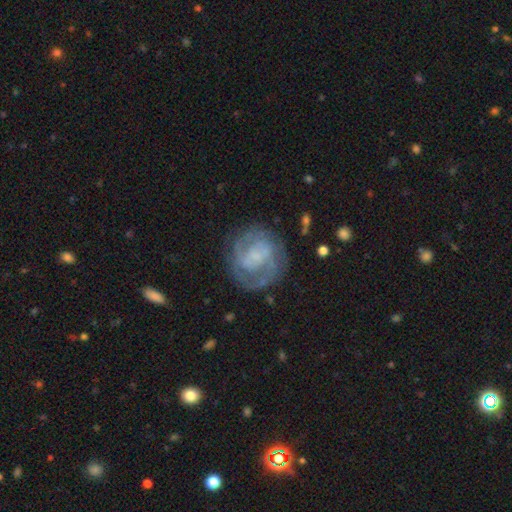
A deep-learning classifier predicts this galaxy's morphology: The model was most divided on "bulge size": none: 38%, small: 36%, moderate: 18%, large: 6%, dominant: 2%. Remaining: edge-on disk — no (98%); spiral arms — yes (89%); smooth or featured — featured or disk (76%); merging — none (74%); spiral winding — tight (55%); bar — no (51%); spiral arm count — 2 (49%).